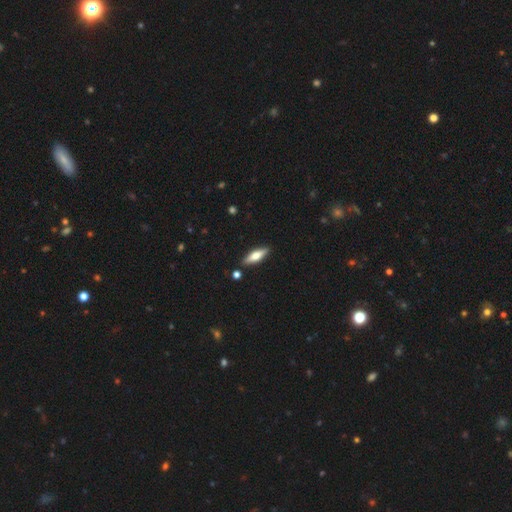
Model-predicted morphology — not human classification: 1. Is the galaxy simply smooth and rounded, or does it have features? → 52% smooth, 42% featured or disk, 6% star or artifact.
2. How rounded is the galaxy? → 59% cigar-shaped, 39% in between, 2% round.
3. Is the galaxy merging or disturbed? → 88% none, 8% minor disturbance, 2% merger, 2% major disturbance.